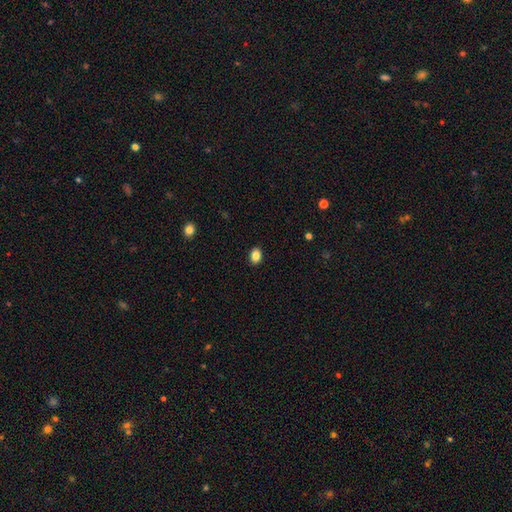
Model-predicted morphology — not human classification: A smooth galaxy with no disk features (86%) that is in between round and cigar-shaped (66%).

Vote fractions:
- Smooth or featured? smooth: 86% / star or artifact: 9% / featured or disk: 5%
- How rounded? in between: 66% / round: 33% / cigar-shaped: 1%
- Merging? none: 90% / minor disturbance: 7% / major disturbance: 2% / merger: 1%